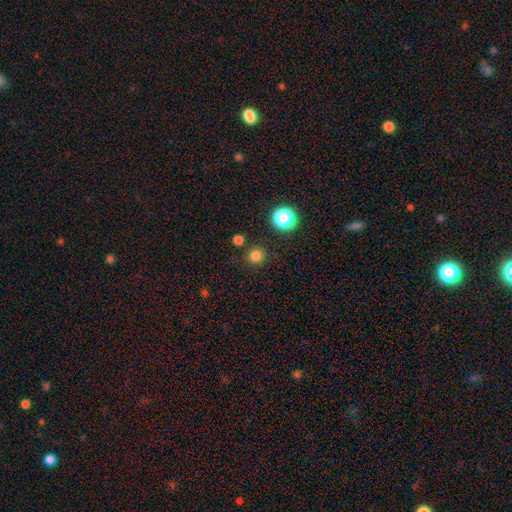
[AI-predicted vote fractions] Smooth or featured: smooth — 79% (star or artifact — 17%)
How rounded: round — 95% (in between — 4%)
Merging: none — 86% (minor disturbance — 7%)